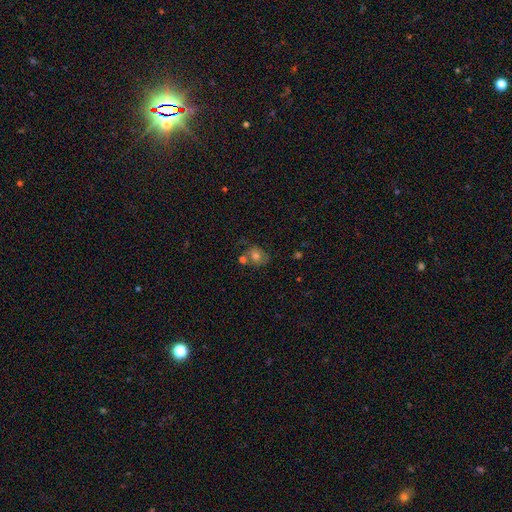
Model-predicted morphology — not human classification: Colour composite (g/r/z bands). It shows a smooth galaxy with no disk features (61%) that is round (59%). Merging: none (52%).